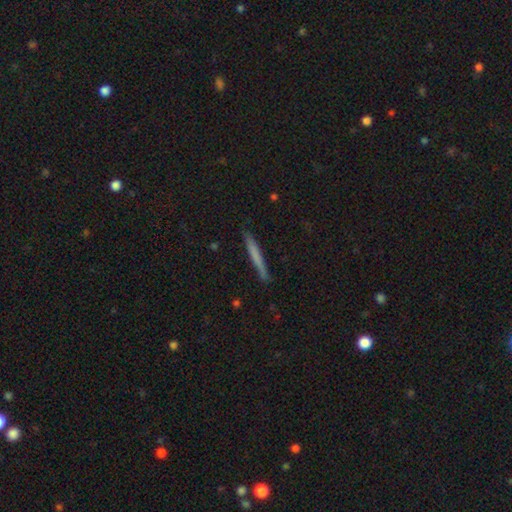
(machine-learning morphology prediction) Smooth or featured? smooth (62%)
How rounded? cigar-shaped (97%)
Merging? none (88%)